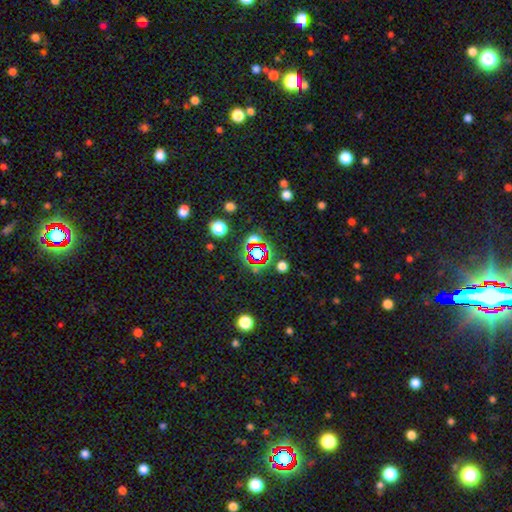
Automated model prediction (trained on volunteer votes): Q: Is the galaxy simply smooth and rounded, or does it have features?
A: star or artifact — 65%.